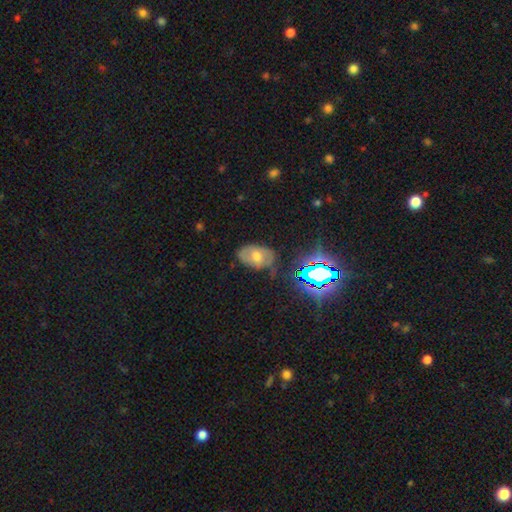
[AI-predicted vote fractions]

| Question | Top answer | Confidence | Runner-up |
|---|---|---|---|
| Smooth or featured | smooth | 45% | featured or disk (34%) |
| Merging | none | 61% | minor disturbance (27%) |